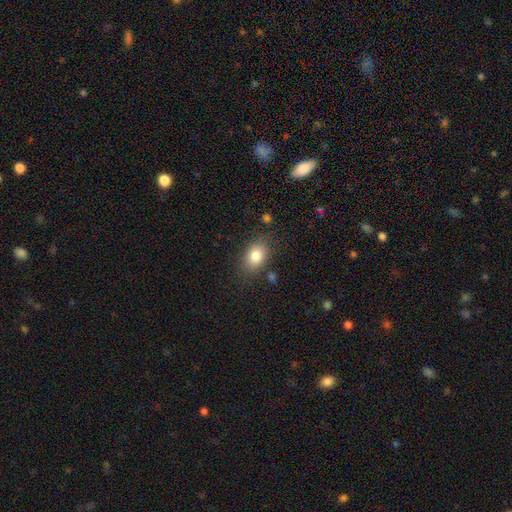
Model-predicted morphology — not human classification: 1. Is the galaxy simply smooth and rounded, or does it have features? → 83% smooth, 9% star or artifact, 9% featured or disk.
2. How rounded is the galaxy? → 76% in between, 23% round, 1% cigar-shaped.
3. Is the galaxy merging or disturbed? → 79% none, 14% minor disturbance, 4% major disturbance, 3% merger.